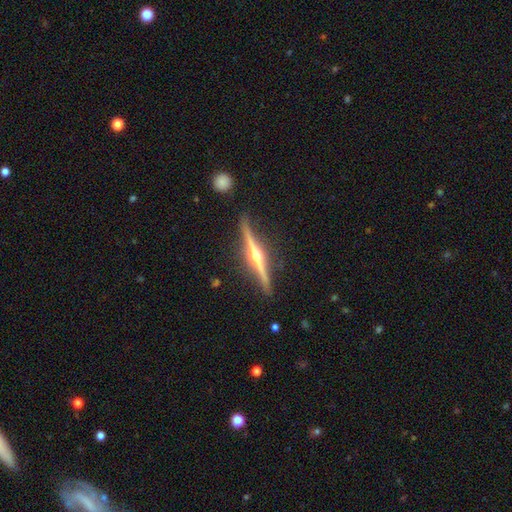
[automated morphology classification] featured or disk 87%, smooth 8%, star or artifact 5%. Down the decision tree: edge-on disk — yes (98%); edge-on bulge — rounded (94%); merging — none (88%).